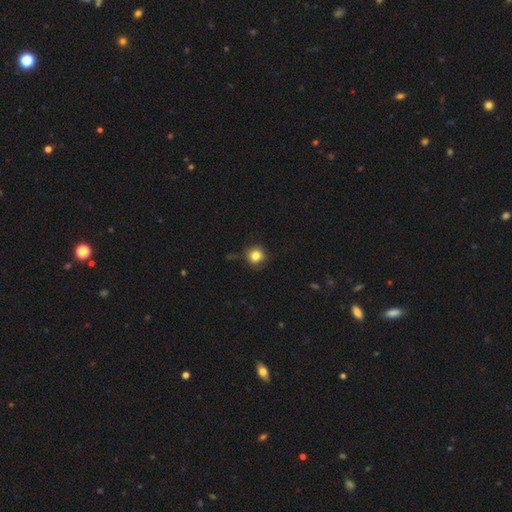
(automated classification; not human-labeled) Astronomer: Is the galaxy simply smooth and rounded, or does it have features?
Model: smooth — 83%.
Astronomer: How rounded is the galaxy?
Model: round — 92%.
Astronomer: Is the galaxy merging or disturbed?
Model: none — 80%.